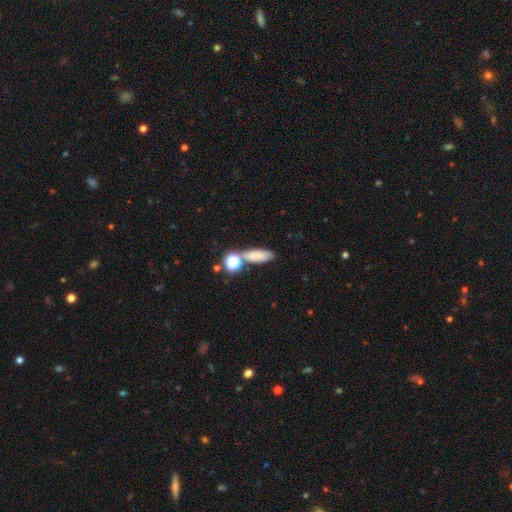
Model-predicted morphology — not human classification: Overall: smooth (77%). How rounded: in between (58%; cigar-shaped 31%). Merging: none (61%).